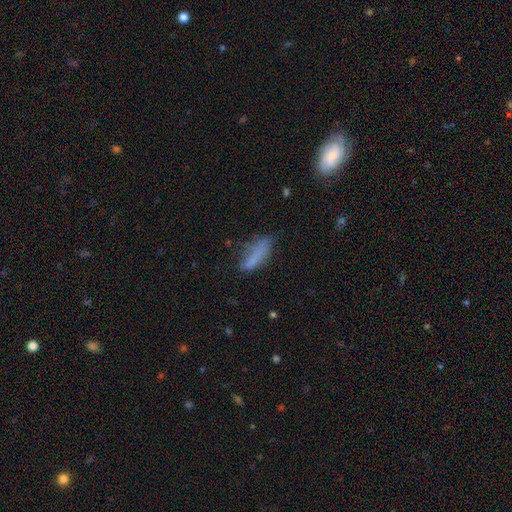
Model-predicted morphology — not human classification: Smooth or featured?
  - smooth: 71% *
  - featured or disk: 17%
  - star or artifact: 12%
How rounded?
  - in between: 52% *
  - cigar-shaped: 45%
  - round: 3%
Merging?
  - none: 43% *
  - minor disturbance: 30%
  - major disturbance: 22%
  - merger: 5%